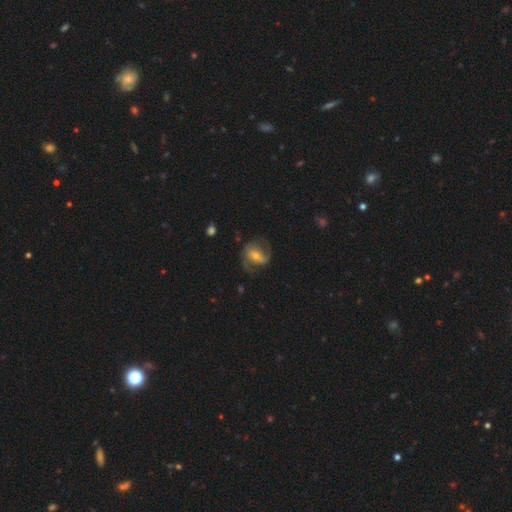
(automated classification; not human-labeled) Smooth or featured: featured or disk — 71% (smooth — 22%)
Edge-on disk: no — 97% (yes — 3%)
Bar: weak — 40% (strong — 33%)
Spiral arms: yes — 88% (no — 12%)
Spiral winding: medium — 47% (loose — 33%)
Spiral arm count: 2 — 78% (can't tell — 9%)
Bulge size: moderate — 51% (small — 42%)
Merging: none — 61% (minor disturbance — 20%)